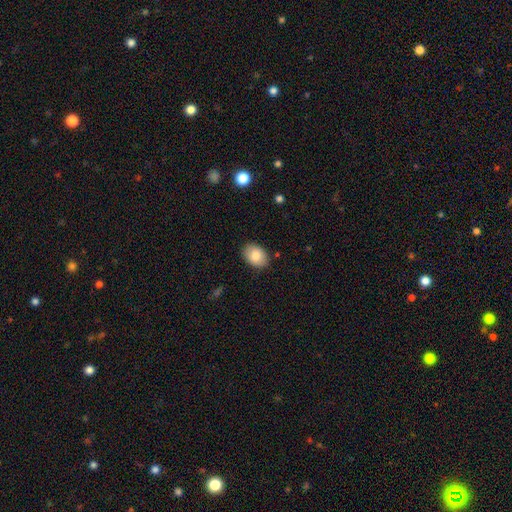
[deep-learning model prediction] smooth_or_featured: smooth (p=0.84) [alt: featured or disk p=0.09]
how_rounded: in between (p=0.79) [alt: round p=0.20]
merging: none (p=0.87) [alt: minor disturbance p=0.10]